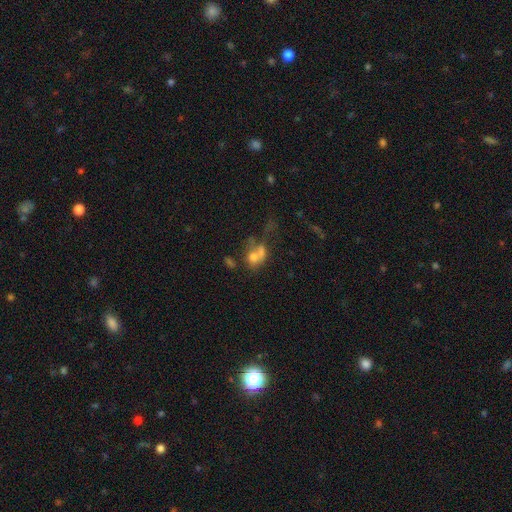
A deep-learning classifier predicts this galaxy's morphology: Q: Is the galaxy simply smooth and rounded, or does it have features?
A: smooth — 61%.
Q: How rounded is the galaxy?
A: in between — 53%.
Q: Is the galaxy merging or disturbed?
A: merger — 57%.